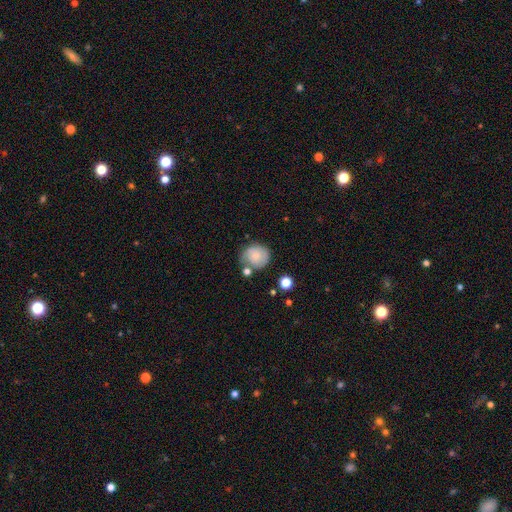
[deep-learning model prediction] Smooth or featured? smooth (72%)
How rounded? round (82%)
Merging? none (62%)